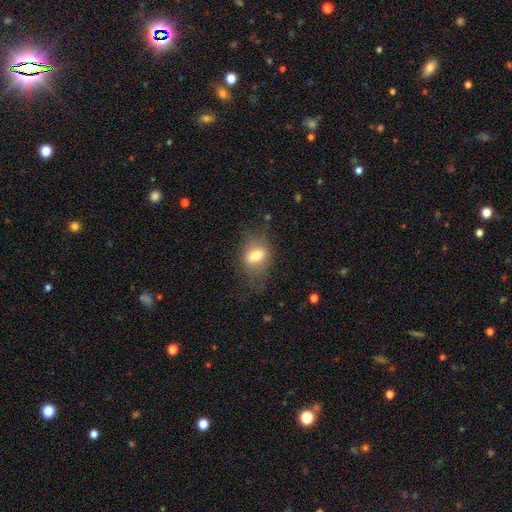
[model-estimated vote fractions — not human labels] Smooth or featured? Predicted: smooth (p=0.64). How rounded? Predicted: in between (p=0.75). Merging? Predicted: none (p=0.56).